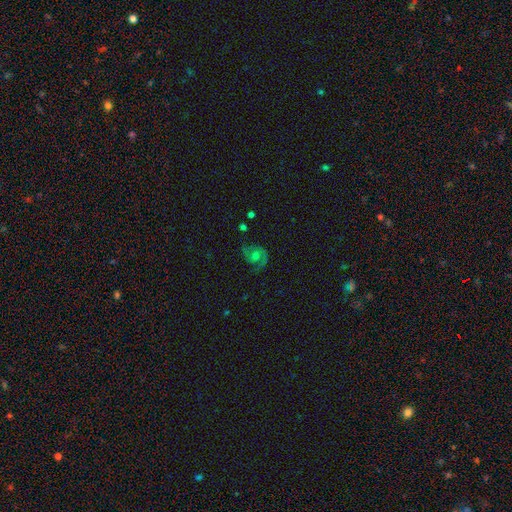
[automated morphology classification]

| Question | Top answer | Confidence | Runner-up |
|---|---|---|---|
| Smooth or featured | featured or disk | 71% | smooth (19%) |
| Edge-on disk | no | 97% | yes (3%) |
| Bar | no | 74% | weak (22%) |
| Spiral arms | yes | 89% | no (11%) |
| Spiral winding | medium | 43% | tight (41%) |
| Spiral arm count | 2 | 65% | 1 (19%) |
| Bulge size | moderate | 64% | small (26%) |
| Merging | none | 69% | minor disturbance (18%) |